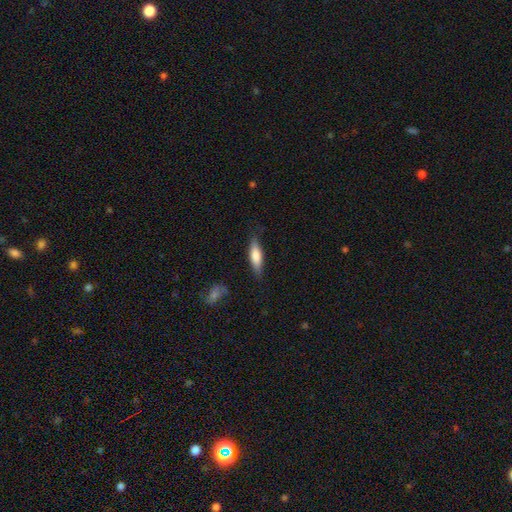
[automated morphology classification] Smooth or featured? smooth (74%)
How rounded? cigar-shaped (56%)
Merging? none (76%)